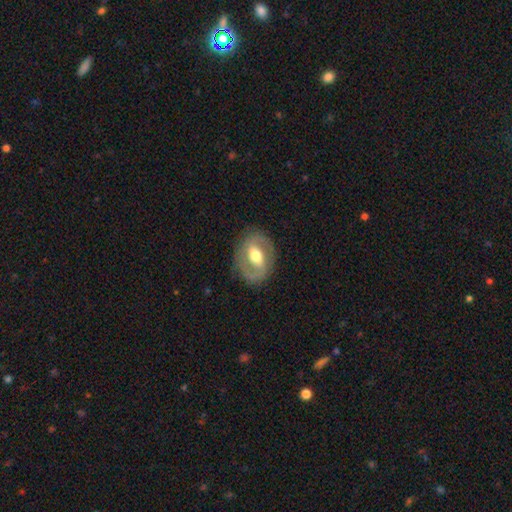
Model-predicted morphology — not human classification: Q: Smooth or featured?
A: featured or disk (71%); runner-up: smooth (23%)
Q: Edge-on disk?
A: no (95%); runner-up: yes (5%)
Q: Bar?
A: weak (43%); runner-up: strong (34%)
Q: Spiral arms?
A: yes (74%); runner-up: no (26%)
Q: Bulge size?
A: moderate (69%); runner-up: large (18%)
Q: Merging?
A: none (80%); runner-up: minor disturbance (13%)